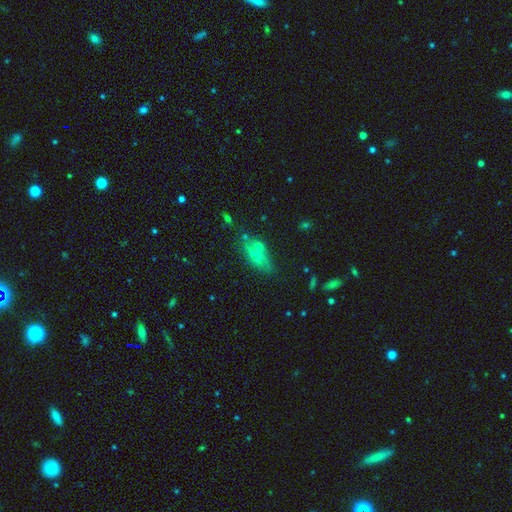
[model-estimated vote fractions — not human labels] Smooth or featured?
  - smooth: 46% *
  - featured or disk: 32%
  - star or artifact: 22%
Merging?
  - none: 59% *
  - merger: 19%
  - minor disturbance: 15%
  - major disturbance: 7%